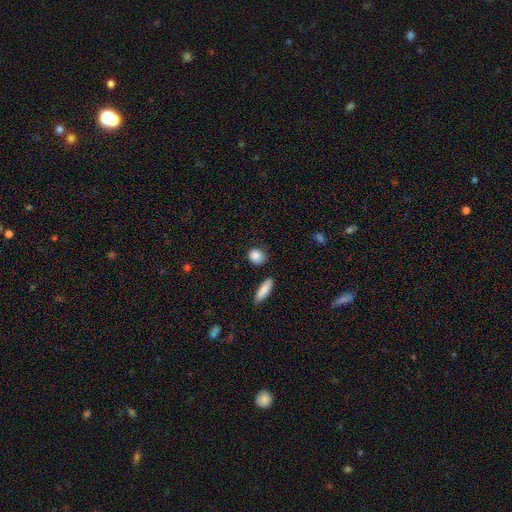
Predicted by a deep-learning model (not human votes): smooth_or_featured: smooth (p=0.87) [alt: star or artifact p=0.08]
how_rounded: round (p=0.55) [alt: in between p=0.42]
merging: none (p=0.75) [alt: minor disturbance p=0.17]